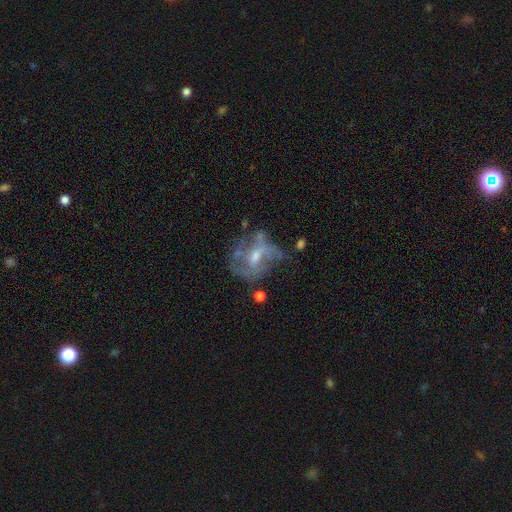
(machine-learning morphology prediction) type=featured or disk (71%); edge-on=no (96%); bar=no (48%); spiral arms=yes (55%); bulge=moderate (49%); merging=none (44%).